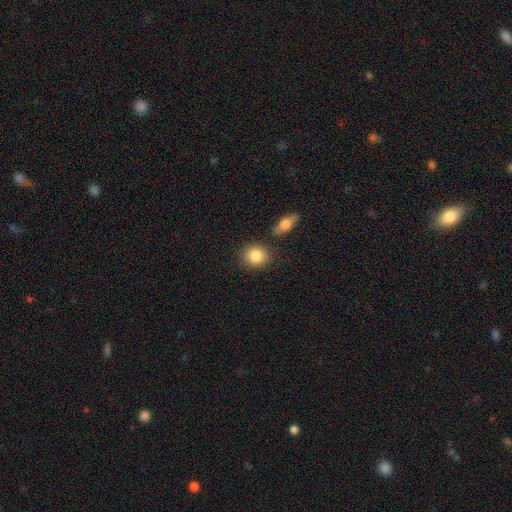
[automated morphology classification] smooth_or_featured: smooth (p=0.85) [alt: star or artifact p=0.07]
how_rounded: round (p=0.72) [alt: in between p=0.26]
merging: none (p=0.80) [alt: minor disturbance p=0.09]